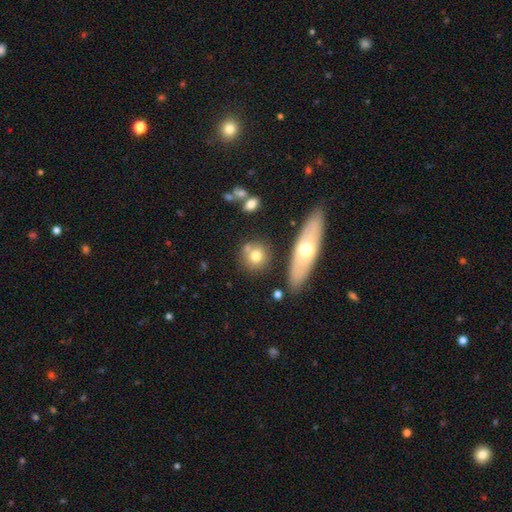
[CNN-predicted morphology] Q: Smooth or featured?
A: smooth (71%); runner-up: featured or disk (20%)
Q: How rounded?
A: round (81%); runner-up: in between (15%)
Q: Merging?
A: none (67%); runner-up: merger (17%)